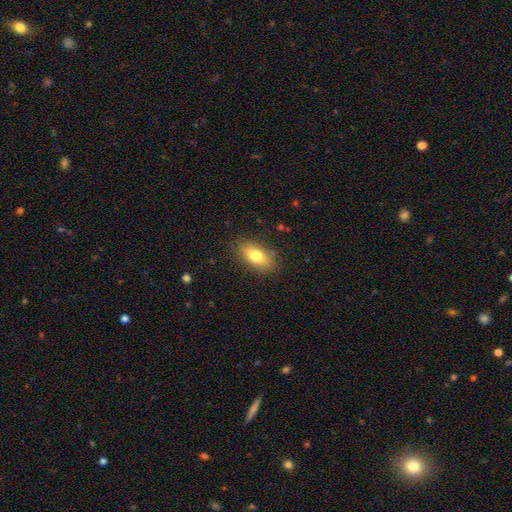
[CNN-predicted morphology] smooth_or_featured: smooth (p=0.78) [alt: featured or disk p=0.14]
how_rounded: in between (p=0.86) [alt: cigar-shaped p=0.08]
merging: none (p=0.84) [alt: minor disturbance p=0.11]